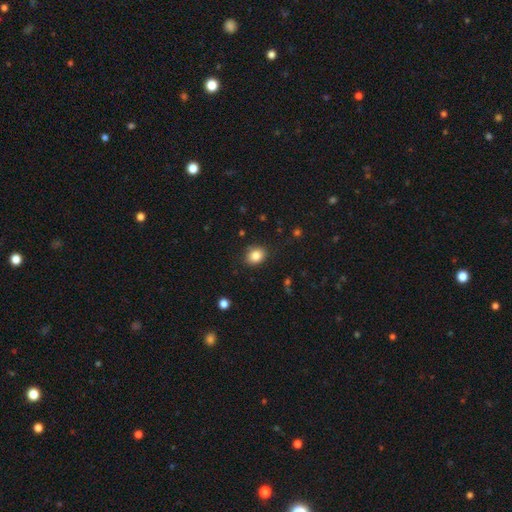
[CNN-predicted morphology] This is clearly a smooth galaxy (84%). How rounded: possibly in between (54%). Merging: clearly none (85%).